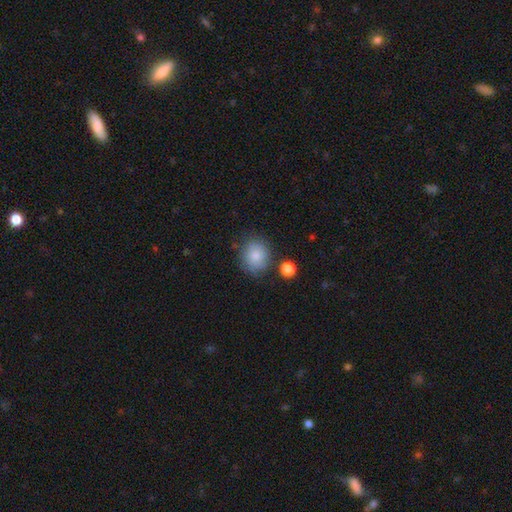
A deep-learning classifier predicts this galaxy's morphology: type=smooth (83%); roundness=round (72%); merging=none (75%).